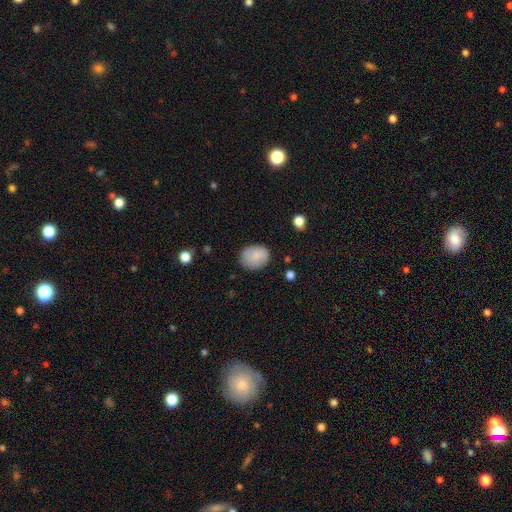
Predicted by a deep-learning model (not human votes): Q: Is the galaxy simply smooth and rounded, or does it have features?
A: smooth — 83%.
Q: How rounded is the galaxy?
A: in between — 56%.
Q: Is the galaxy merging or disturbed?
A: none — 77%.